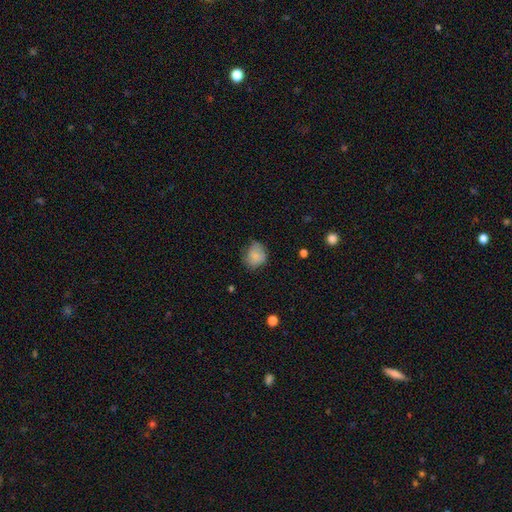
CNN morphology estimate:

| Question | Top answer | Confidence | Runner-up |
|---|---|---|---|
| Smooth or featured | smooth | 80% | featured or disk (11%) |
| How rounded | round | 69% | in between (30%) |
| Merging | none | 63% | minor disturbance (28%) |